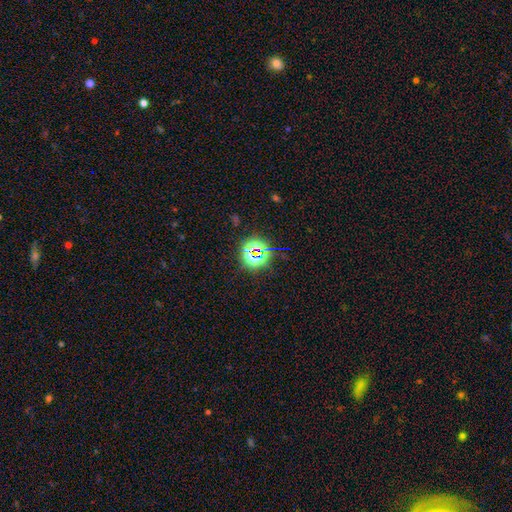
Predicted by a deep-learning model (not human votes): A star or artifact, not a galaxy (72%).